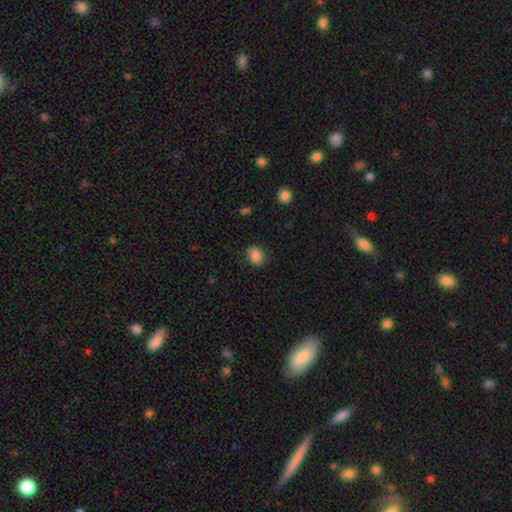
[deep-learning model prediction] Smooth or featured: smooth — 85% (star or artifact — 9%)
How rounded: in between — 51% (round — 48%)
Merging: none — 83% (minor disturbance — 13%)